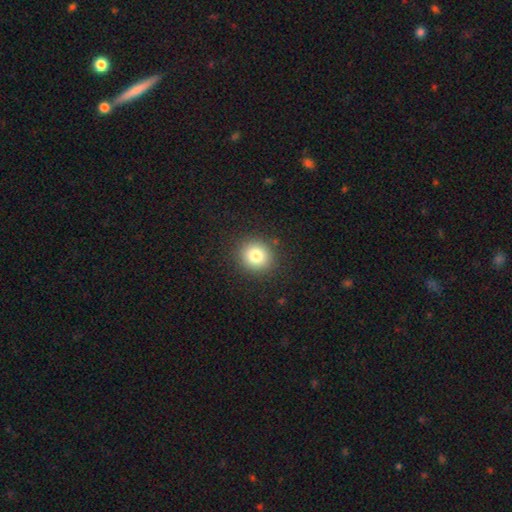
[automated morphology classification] The model was most divided on "smooth or featured": smooth: 81%, star or artifact: 11%, featured or disk: 8%. More confident: merging — none (90%); how rounded — round (88%).